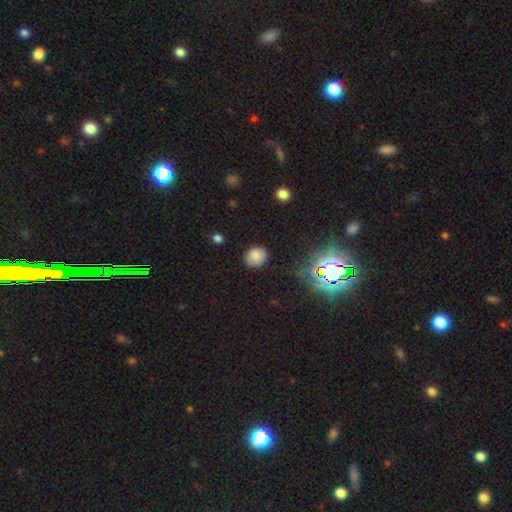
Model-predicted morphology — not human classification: smooth_or_featured: smooth (p=0.73) [alt: star or artifact p=0.14]
how_rounded: round (p=0.70) [alt: in between p=0.29]
merging: none (p=0.82) [alt: minor disturbance p=0.13]